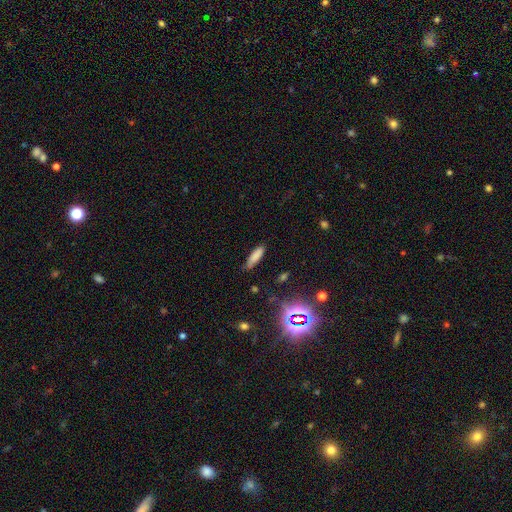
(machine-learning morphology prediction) Smooth or featured?
  - smooth: 79% *
  - star or artifact: 13%
  - featured or disk: 8%
How rounded?
  - cigar-shaped: 60% *
  - in between: 38%
  - round: 2%
Merging?
  - none: 75% *
  - minor disturbance: 19%
  - major disturbance: 4%
  - merger: 2%